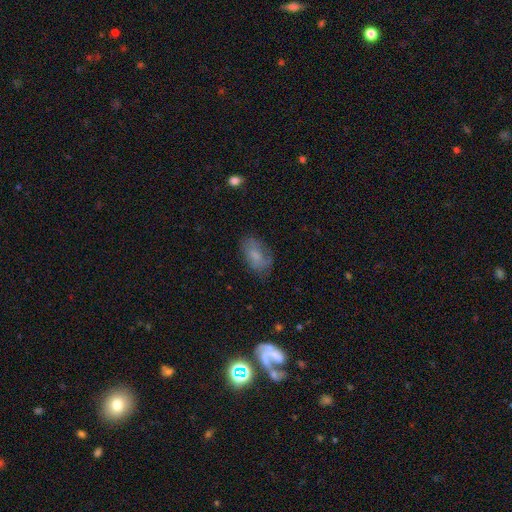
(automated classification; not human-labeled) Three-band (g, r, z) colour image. It shows a smooth galaxy with no disk features (71%) that is in between round and cigar-shaped (90%). Merging: none (65%).